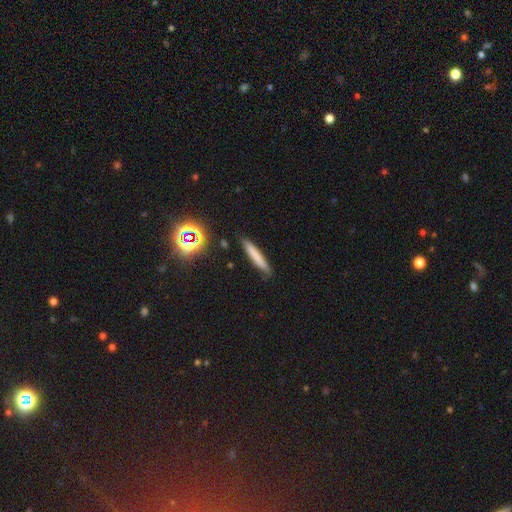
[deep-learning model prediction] smooth_or_featured: smooth (p=0.71) [alt: featured or disk p=0.18]
how_rounded: cigar-shaped (p=0.94) [alt: in between p=0.05]
merging: none (p=0.88) [alt: minor disturbance p=0.09]